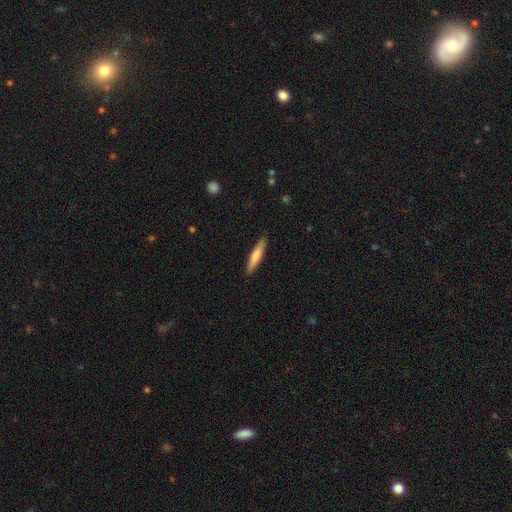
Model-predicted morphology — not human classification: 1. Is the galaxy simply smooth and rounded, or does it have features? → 72% smooth, 23% featured or disk, 5% star or artifact.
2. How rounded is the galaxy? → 89% cigar-shaped, 10% in between, 1% round.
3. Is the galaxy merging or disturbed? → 90% none, 8% minor disturbance, 2% major disturbance, 1% merger.